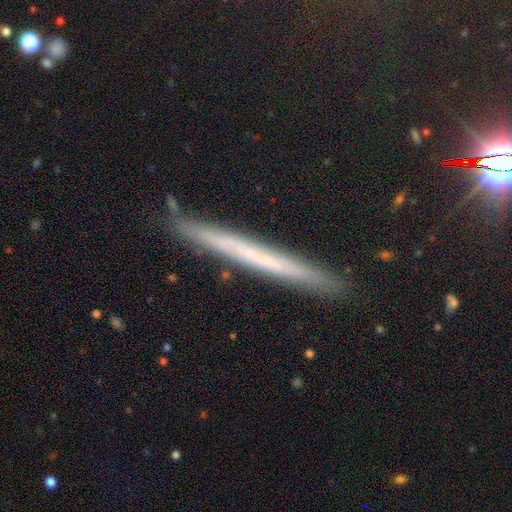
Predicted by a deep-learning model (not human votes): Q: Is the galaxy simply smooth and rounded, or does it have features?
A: featured or disk — 49%.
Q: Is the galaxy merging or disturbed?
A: none — 90%.